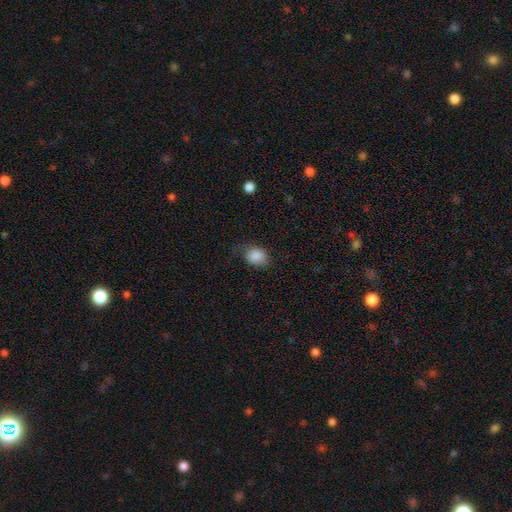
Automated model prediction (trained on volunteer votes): Smooth or featured? smooth (86%)
How rounded? in between (60%)
Merging? none (60%)